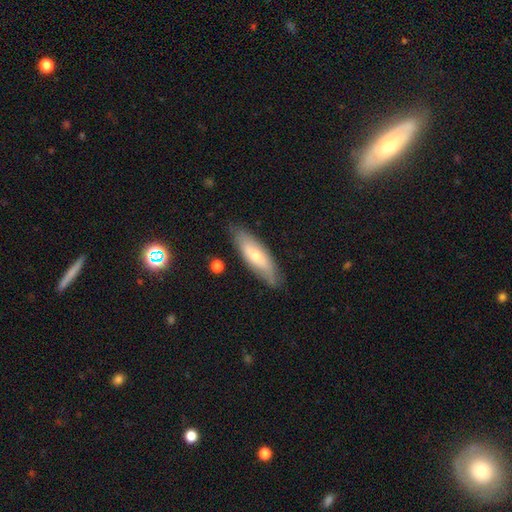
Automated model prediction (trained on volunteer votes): Q: Smooth or featured?
A: smooth (54%); runner-up: featured or disk (40%)
Q: How rounded?
A: cigar-shaped (51%); runner-up: in between (47%)
Q: Merging?
A: none (80%); runner-up: minor disturbance (15%)